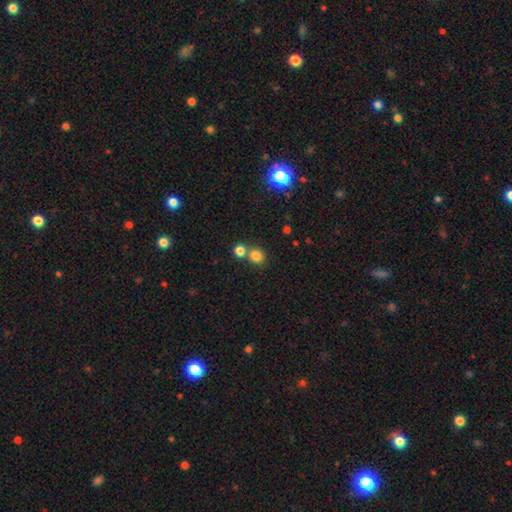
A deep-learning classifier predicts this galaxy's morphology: The model was most divided on "merging": none: 57%, merger: 33%, minor disturbance: 7%, major disturbance: 3%. More confident: how rounded — round (85%); smooth or featured — smooth (81%).